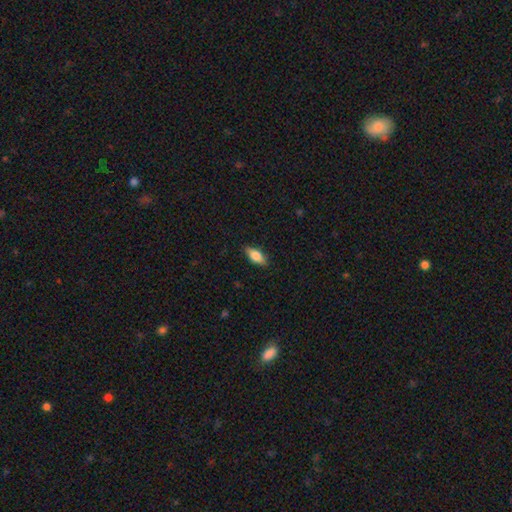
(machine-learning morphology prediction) smooth 78%, featured or disk 16%, star or artifact 7%. Down the decision tree: how rounded — in between (81%); merging — none (86%).